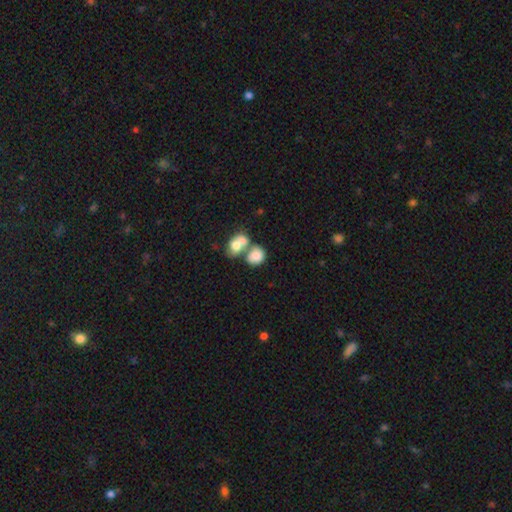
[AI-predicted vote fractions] Smooth or featured? smooth (78%)
How rounded? round (56%)
Merging? merger (61%)